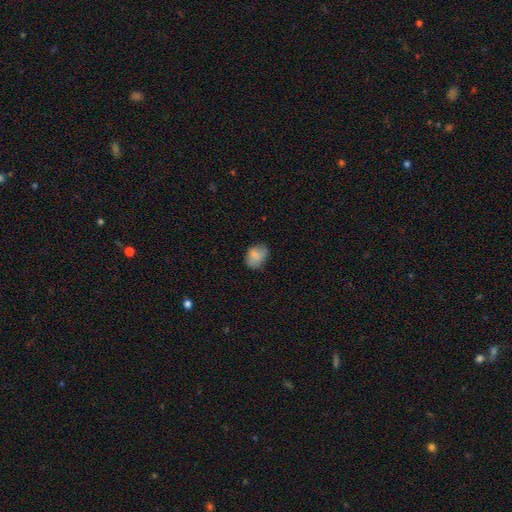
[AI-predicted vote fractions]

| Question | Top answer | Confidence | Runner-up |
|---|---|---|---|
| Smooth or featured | smooth | 82% | featured or disk (9%) |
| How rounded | in between | 71% | round (28%) |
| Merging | none | 68% | minor disturbance (25%) |